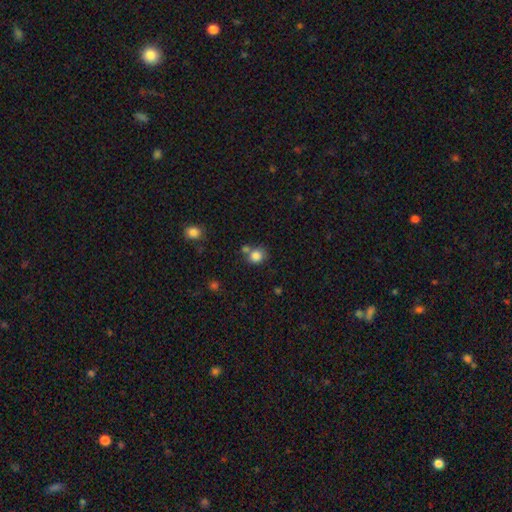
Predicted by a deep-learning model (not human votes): Smooth or featured? Predicted: smooth (p=0.84). How rounded? Predicted: round (p=0.77). Merging? Predicted: none (p=0.56).